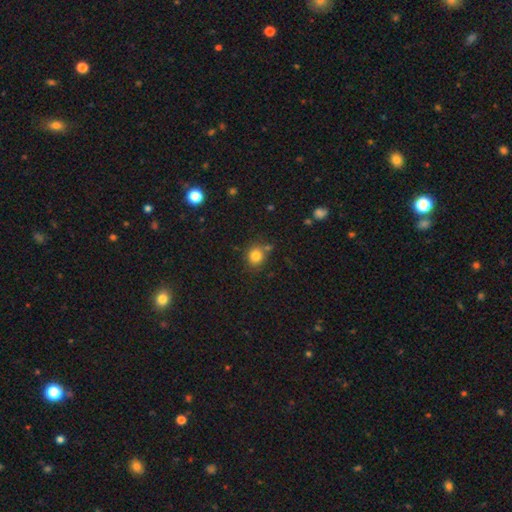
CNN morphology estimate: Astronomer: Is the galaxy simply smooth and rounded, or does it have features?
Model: smooth — 82%.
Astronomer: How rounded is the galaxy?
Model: round — 79%.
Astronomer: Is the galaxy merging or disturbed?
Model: none — 73%.